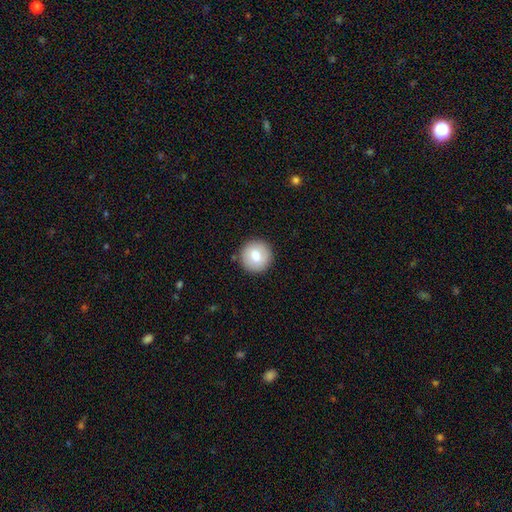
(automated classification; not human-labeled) Smooth or featured: smooth — 77% (featured or disk — 15%)
How rounded: round — 95% (in between — 4%)
Merging: none — 90% (minor disturbance — 7%)